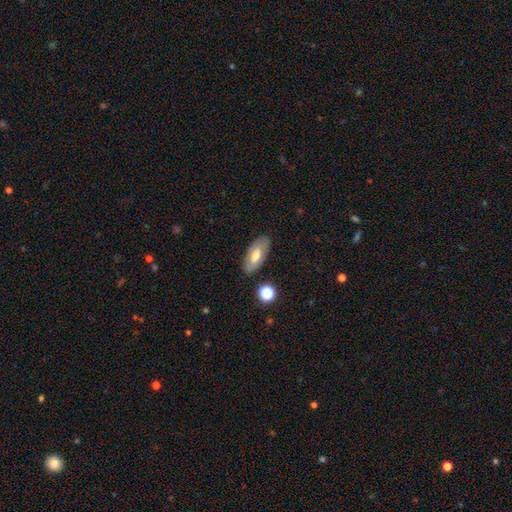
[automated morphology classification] Smooth or featured? Predicted: smooth (p=0.59). How rounded? Predicted: in between (p=0.88). Merging? Predicted: none (p=0.83).